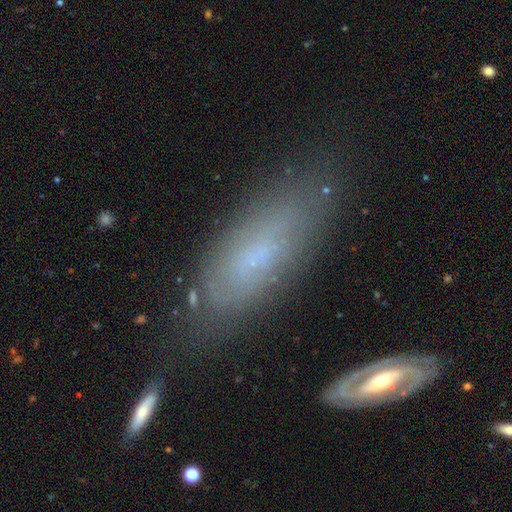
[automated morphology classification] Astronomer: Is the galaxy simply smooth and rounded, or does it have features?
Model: smooth — 59%.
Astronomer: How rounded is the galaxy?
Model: in between — 71%.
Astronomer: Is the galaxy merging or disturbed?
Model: none — 72%.